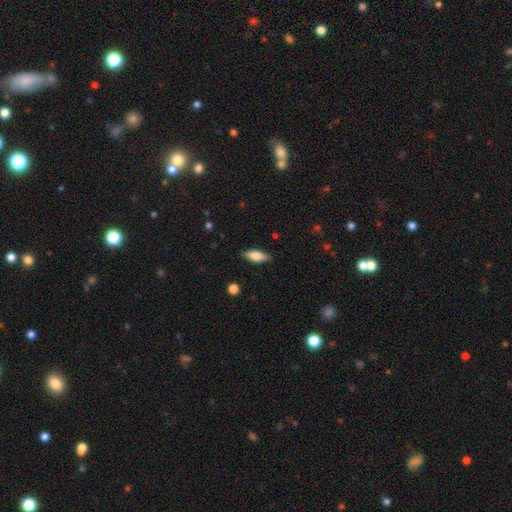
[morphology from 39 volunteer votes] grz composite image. It shows a smooth galaxy with no disk features (92%) that is in between round and cigar-shaped (78%). Merging: none (76%).